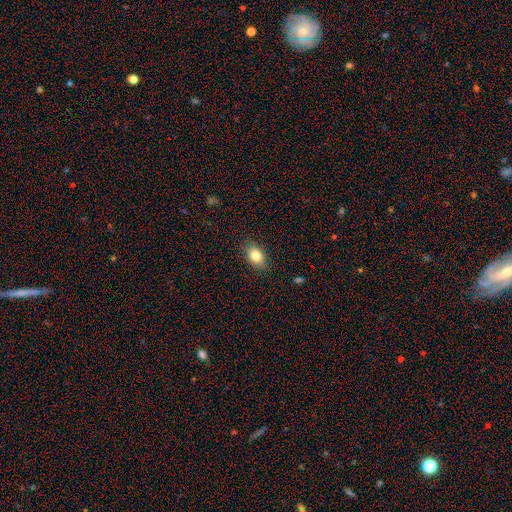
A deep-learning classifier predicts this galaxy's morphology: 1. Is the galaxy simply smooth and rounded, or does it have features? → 82% smooth, 9% featured or disk, 9% star or artifact.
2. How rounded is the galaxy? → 83% in between, 16% round, 1% cigar-shaped.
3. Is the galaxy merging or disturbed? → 85% none, 11% minor disturbance, 3% major disturbance, 1% merger.